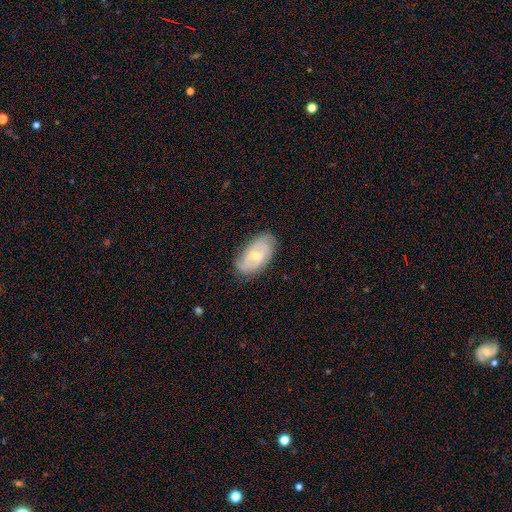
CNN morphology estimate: Smooth or featured: featured or disk — 67% (smooth — 27%)
Edge-on disk: no — 95% (yes — 5%)
Bar: weak — 46% (no — 44%)
Spiral arms: yes — 89% (no — 11%)
Spiral winding: tight — 44% (medium — 40%)
Spiral arm count: 2 — 50% (can't tell — 27%)
Bulge size: small — 49% (moderate — 47%)
Merging: none — 76% (minor disturbance — 19%)